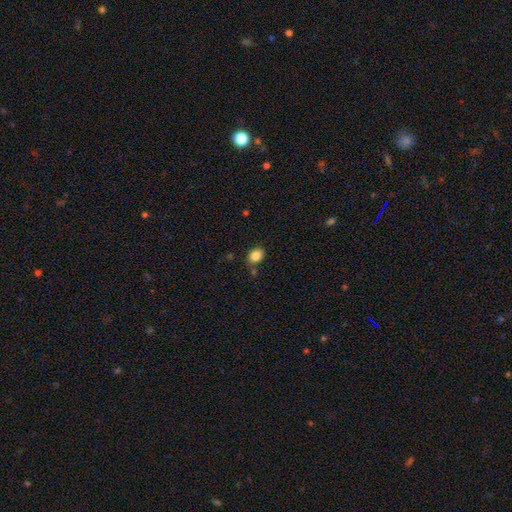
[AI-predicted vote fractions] The model was most divided on "how rounded": in between: 59%, round: 40%, cigar-shaped: 1%. More confident: smooth or featured — smooth (85%); merging — none (79%).